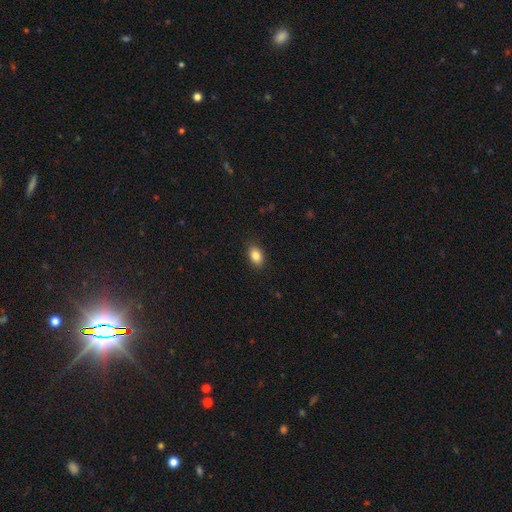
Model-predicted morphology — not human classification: smooth-or-featured: smooth: 86% | star or artifact: 8% | featured or disk: 6%
  how-rounded: in between: 89% | round: 10% | cigar-shaped: 2%
  merging: none: 87% | minor disturbance: 9% | major disturbance: 2% | merger: 1%